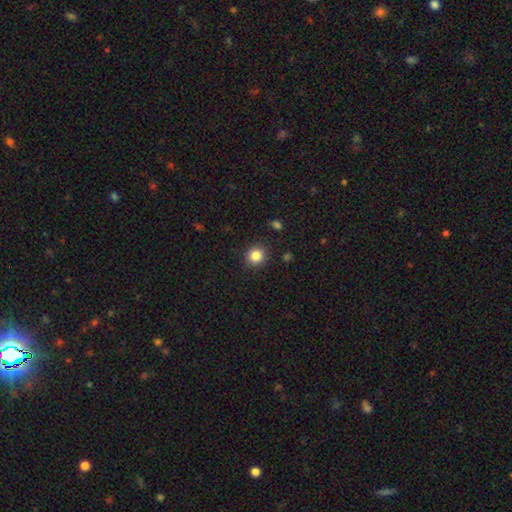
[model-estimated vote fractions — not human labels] Morphology: type=smooth (84%); roundness=round (90%); merging=none (90%).